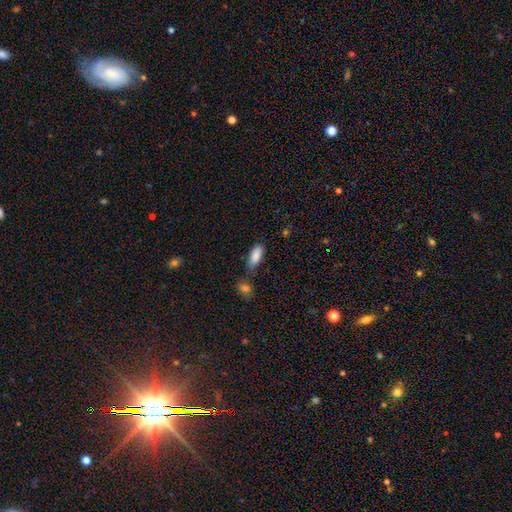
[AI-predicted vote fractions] smooth 86%, featured or disk 7%, star or artifact 7%. Down the decision tree: how rounded — in between (80%); merging — none (65%).